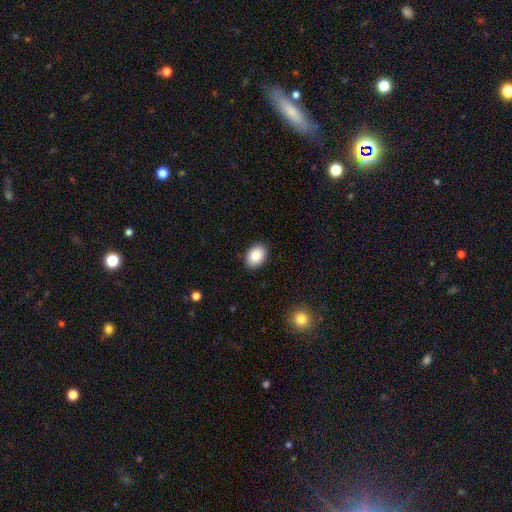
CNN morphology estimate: A smooth galaxy with no disk features (88%) that is in between round and cigar-shaped (77%). Merging: none (89%).